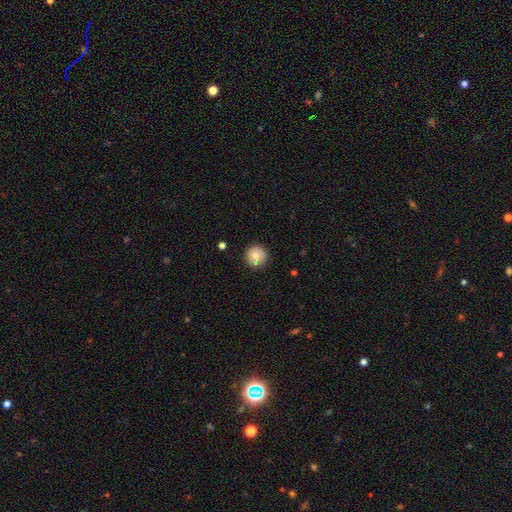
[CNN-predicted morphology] Q: Smooth or featured?
A: smooth (79%); runner-up: featured or disk (13%)
Q: How rounded?
A: round (96%); runner-up: in between (3%)
Q: Merging?
A: none (87%); runner-up: minor disturbance (9%)